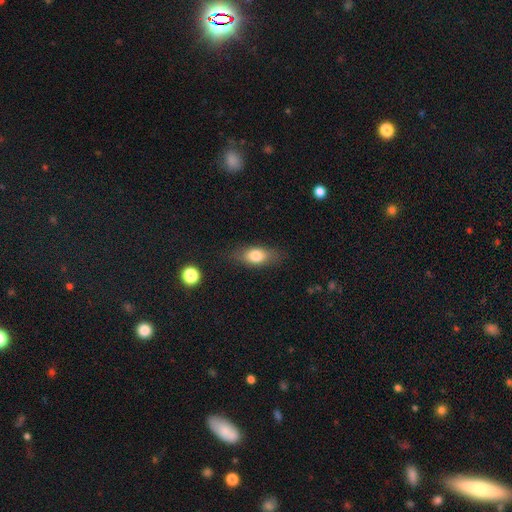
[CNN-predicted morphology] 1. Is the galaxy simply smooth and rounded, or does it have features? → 76% smooth, 15% featured or disk, 8% star or artifact.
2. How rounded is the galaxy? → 79% in between, 12% cigar-shaped, 9% round.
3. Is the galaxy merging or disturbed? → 78% none, 16% minor disturbance, 5% major disturbance, 2% merger.